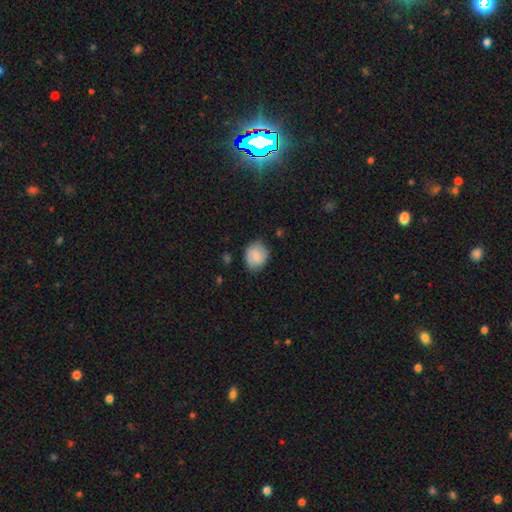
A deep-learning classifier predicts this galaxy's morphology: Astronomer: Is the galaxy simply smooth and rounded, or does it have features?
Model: smooth — 75%.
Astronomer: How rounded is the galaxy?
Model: round — 66%.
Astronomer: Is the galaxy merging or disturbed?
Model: none — 73%.